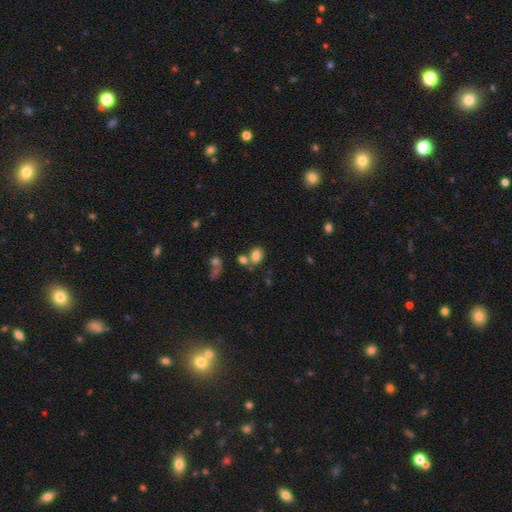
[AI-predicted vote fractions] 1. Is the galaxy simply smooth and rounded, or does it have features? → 80% smooth, 11% star or artifact, 9% featured or disk.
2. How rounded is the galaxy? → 71% in between, 27% round, 1% cigar-shaped.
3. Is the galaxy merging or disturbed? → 54% none, 27% merger, 13% minor disturbance, 6% major disturbance.